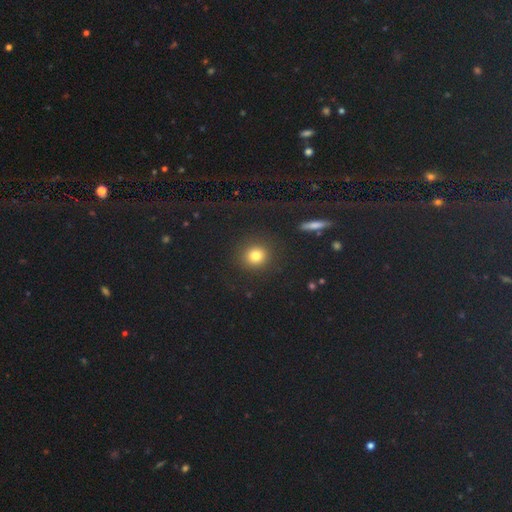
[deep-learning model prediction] The model was most divided on "smooth or featured": smooth: 78%, star or artifact: 14%, featured or disk: 8%. More confident: how rounded — round (89%); merging — none (87%).